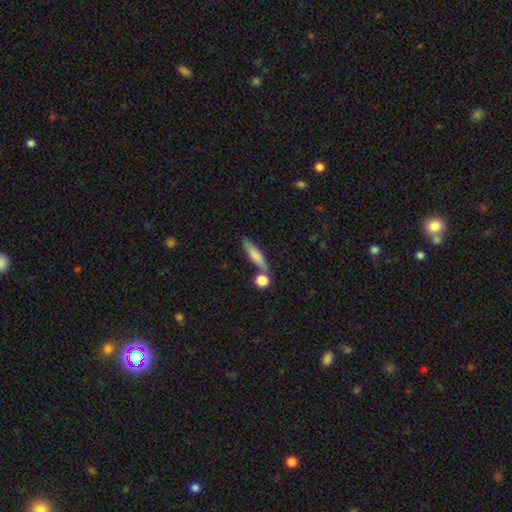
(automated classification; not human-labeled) This is likely a smooth galaxy (71%). How rounded: likely cigar-shaped (70%). Merging: likely none (64%).